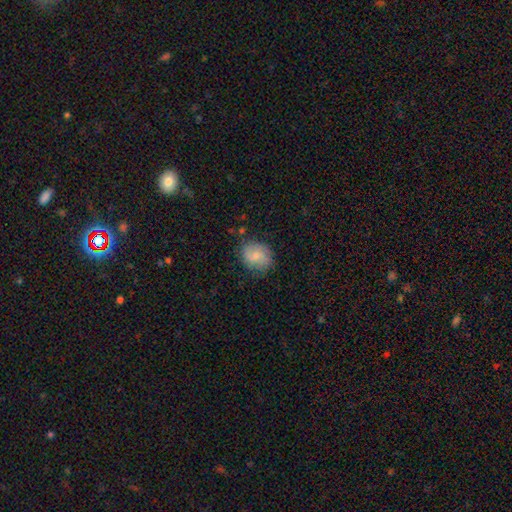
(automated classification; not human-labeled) A smooth galaxy with no disk features (69%) that is round (63%). Merging: none (74%).